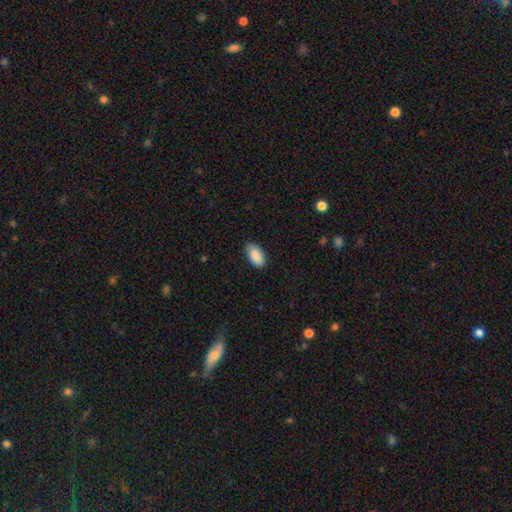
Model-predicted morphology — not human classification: type=smooth (89%); roundness=in between (95%); merging=none (86%).